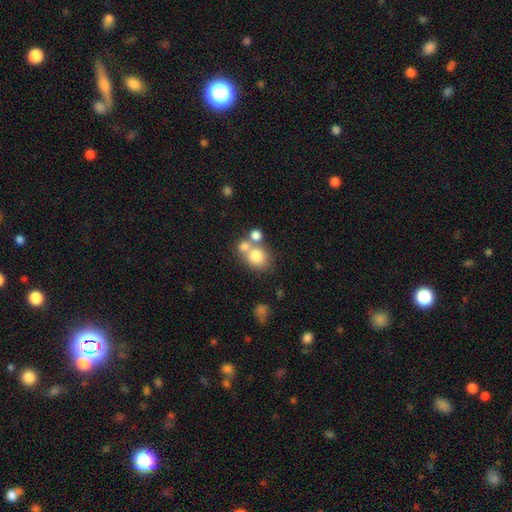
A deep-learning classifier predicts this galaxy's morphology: Smooth or featured? smooth (74%)
How rounded? round (68%)
Merging? merger (44%)